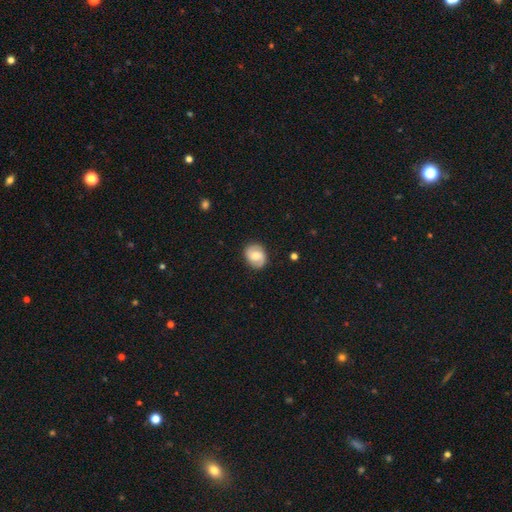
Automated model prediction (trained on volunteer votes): Overall: smooth (50%; featured or disk 43%). Merging: none (84%).